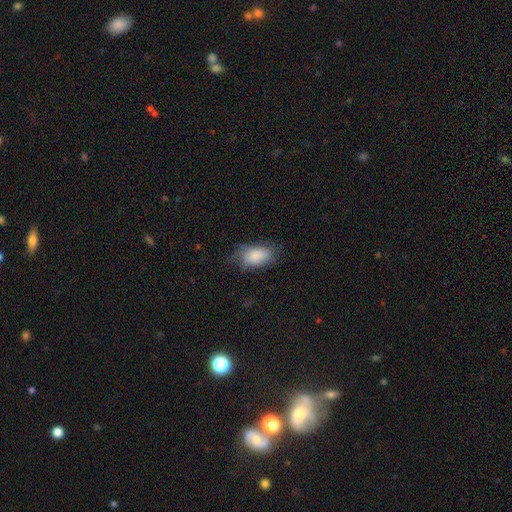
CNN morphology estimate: This appears to be a smooth galaxy with no disk features (84%) that is in between round and cigar-shaped (93%). Merging: none (62%).